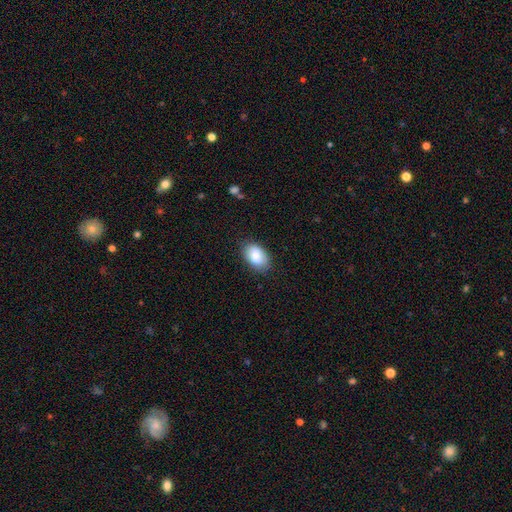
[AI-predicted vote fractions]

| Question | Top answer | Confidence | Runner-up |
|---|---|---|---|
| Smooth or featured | smooth | 85% | featured or disk (8%) |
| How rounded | in between | 89% | round (10%) |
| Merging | none | 83% | minor disturbance (13%) |